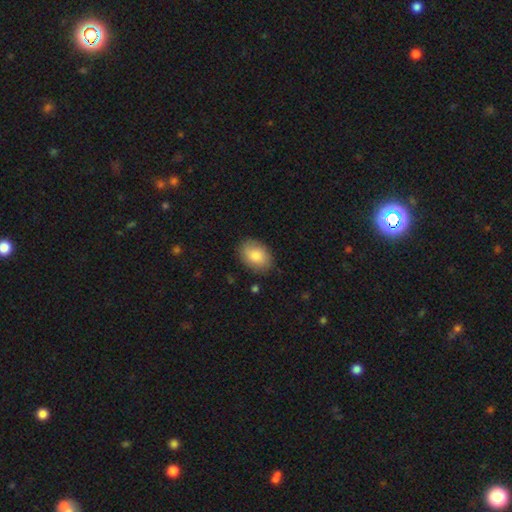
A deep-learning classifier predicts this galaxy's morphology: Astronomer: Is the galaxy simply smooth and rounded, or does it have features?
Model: smooth — 85%.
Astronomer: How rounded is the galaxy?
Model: in between — 81%.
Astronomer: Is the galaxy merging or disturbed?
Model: none — 83%.